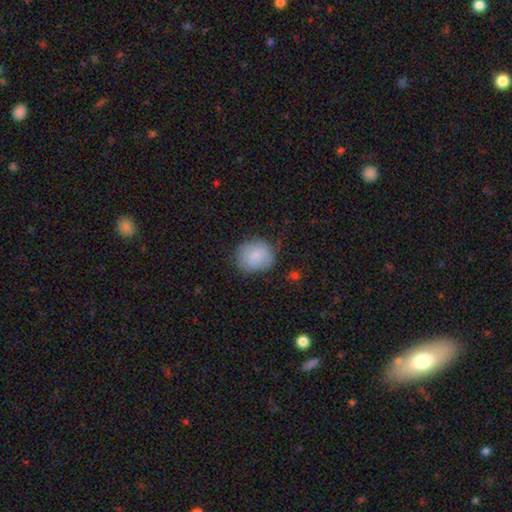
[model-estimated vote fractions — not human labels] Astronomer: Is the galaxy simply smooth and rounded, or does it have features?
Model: smooth — 81%.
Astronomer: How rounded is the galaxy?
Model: round — 78%.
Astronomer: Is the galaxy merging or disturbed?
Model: none — 72%.